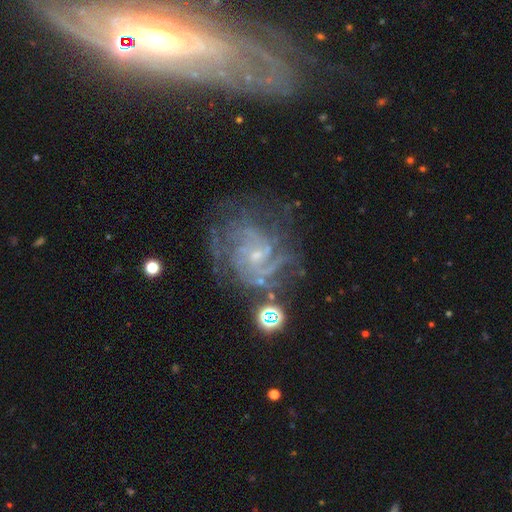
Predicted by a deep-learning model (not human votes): A featured or disk galaxy (81%) with no bar (63%), tight (55%) spiral arms (93%) and a small central bulge (79%).

Vote fractions:
- Smooth or featured? featured or disk: 81% / star or artifact: 12% / smooth: 7%
- Edge-on disk? no: 98% / yes: 2%
- Bar? no: 63% / weak: 30% / strong: 7%
- Spiral arms? yes: 93% / no: 7%
- Spiral winding? tight: 55% / medium: 35% / loose: 10%
- Spiral arm count? can't tell: 34% / 3: 18% / 2: 17% / 4: 14% / more than 4: 9% / 1: 7%
- Bulge size? small: 79% / moderate: 13% / none: 6% / large: 1% / dominant: 1%
- Merging? none: 56% / minor disturbance: 20% / major disturbance: 18% / merger: 6%